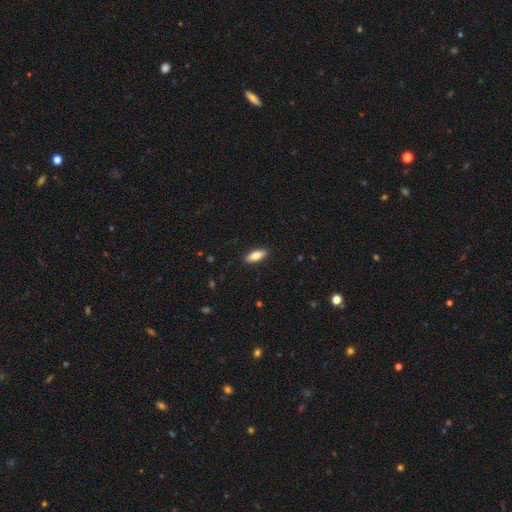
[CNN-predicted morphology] Q: Smooth or featured?
A: smooth (79%); runner-up: featured or disk (14%)
Q: How rounded?
A: in between (71%); runner-up: cigar-shaped (26%)
Q: Merging?
A: none (89%); runner-up: minor disturbance (8%)